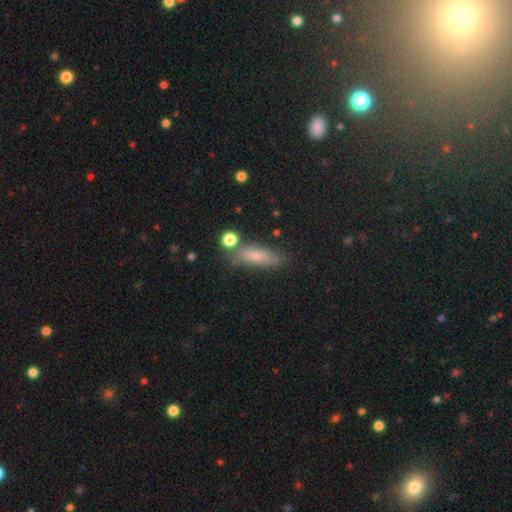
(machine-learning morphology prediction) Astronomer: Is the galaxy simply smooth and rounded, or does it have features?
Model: smooth — 69%.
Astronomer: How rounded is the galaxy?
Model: in between — 50% (runner-up: cigar-shaped, 45%).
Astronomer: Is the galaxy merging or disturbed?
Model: none — 68%.